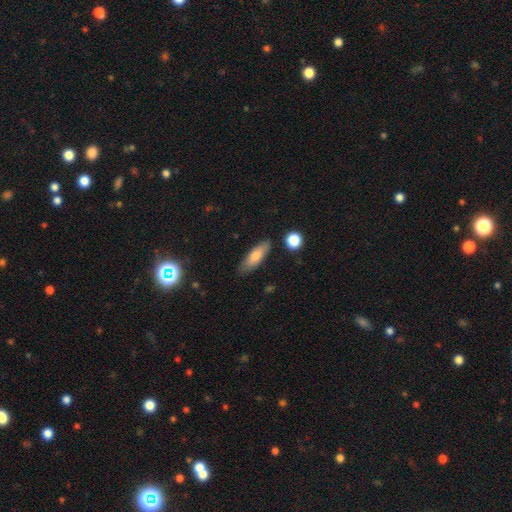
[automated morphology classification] A smooth galaxy with no disk features (75%) that is in between round and cigar-shaped (56%).

Vote fractions:
- Smooth or featured? smooth: 75% / featured or disk: 18% / star or artifact: 7%
- How rounded? in between: 56% / cigar-shaped: 42% / round: 2%
- Merging? none: 80% / minor disturbance: 15% / major disturbance: 3% / merger: 2%